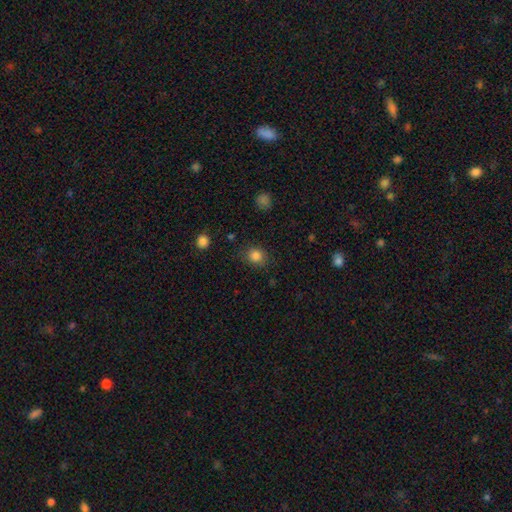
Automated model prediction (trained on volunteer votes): Smooth or featured: smooth — 84% (star or artifact — 11%)
How rounded: round — 75% (in between — 24%)
Merging: none — 82% (minor disturbance — 12%)